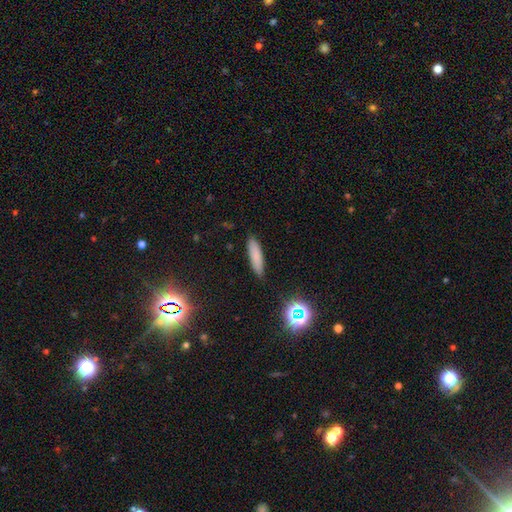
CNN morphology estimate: Overall: smooth (79%). How rounded: cigar-shaped (72%). Merging: none (86%).